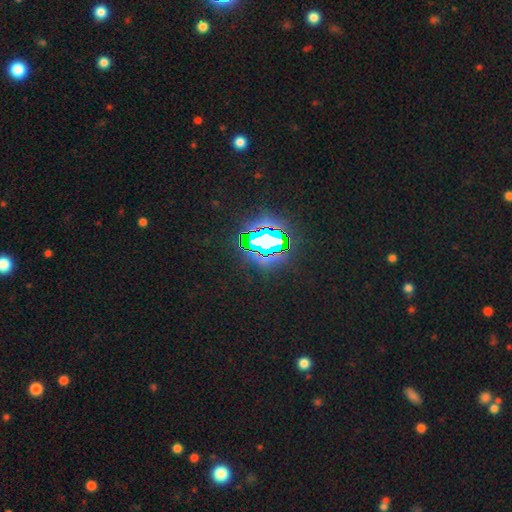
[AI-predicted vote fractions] Smooth or featured?
  - star or artifact: 85% *
  - smooth: 9%
  - featured or disk: 6%